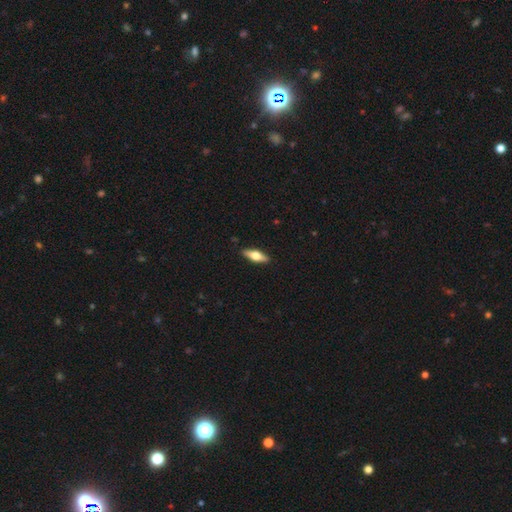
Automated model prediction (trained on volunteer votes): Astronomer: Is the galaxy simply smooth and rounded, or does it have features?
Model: smooth — 54% (runner-up: featured or disk, 40%).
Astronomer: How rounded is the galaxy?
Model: in between — 57% (runner-up: cigar-shaped, 40%).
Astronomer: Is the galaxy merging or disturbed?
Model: none — 90%.